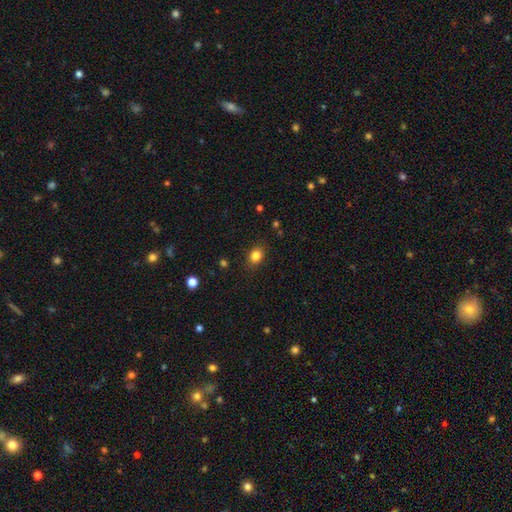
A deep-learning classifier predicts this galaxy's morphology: Smooth or featured: smooth — 83% (star or artifact — 11%)
How rounded: in between — 59% (round — 40%)
Merging: none — 86% (minor disturbance — 10%)